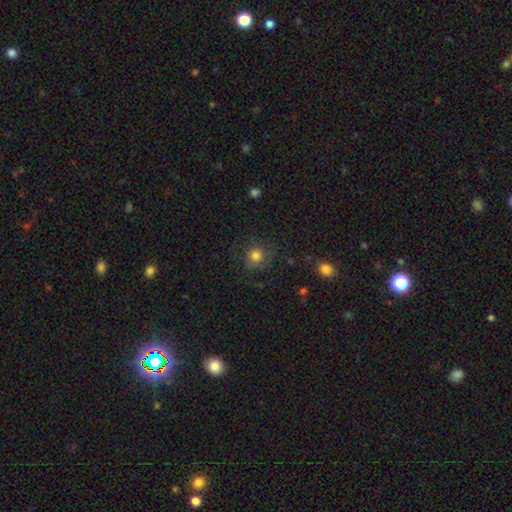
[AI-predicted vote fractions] Smooth or featured? Predicted: smooth (p=0.73). How rounded? Predicted: round (p=0.88). Merging? Predicted: none (p=0.70).